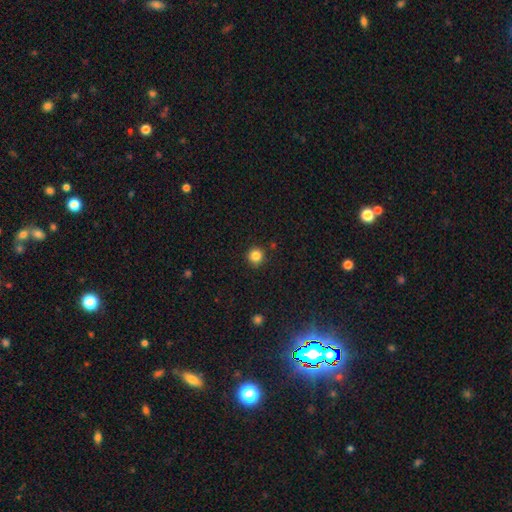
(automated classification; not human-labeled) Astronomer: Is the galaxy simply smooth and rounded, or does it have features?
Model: smooth — 84%.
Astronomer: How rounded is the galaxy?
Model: round — 95%.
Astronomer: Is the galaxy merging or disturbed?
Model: none — 91%.